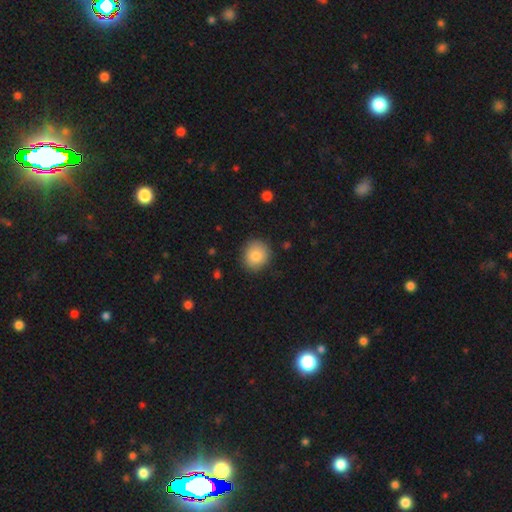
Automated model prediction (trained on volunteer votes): Smooth or featured? Predicted: smooth (p=0.85). How rounded? Predicted: round (p=0.82). Merging? Predicted: none (p=0.86).